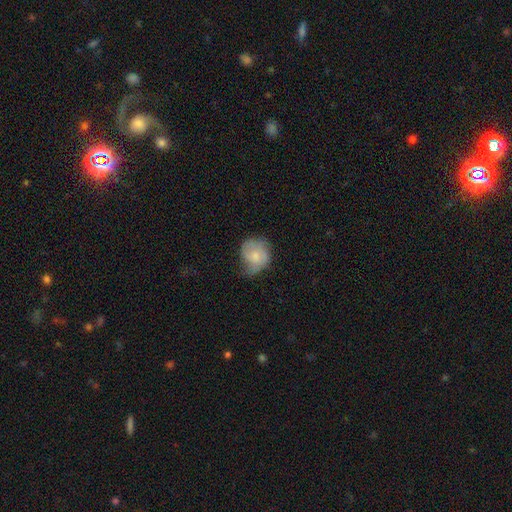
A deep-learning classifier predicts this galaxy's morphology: Smooth or featured? Predicted: smooth (p=0.61). How rounded? Predicted: round (p=0.71). Merging? Predicted: minor disturbance (p=0.40).